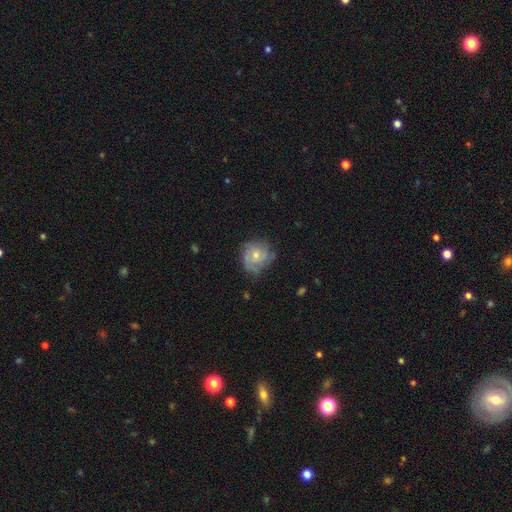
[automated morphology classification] Overall: featured or disk (66%; smooth 27%). Edge-on disk: no (98%). Bar: no (75%). Spiral arms: yes (87%). Spiral arm count: can't tell (35%; 3 26%). Spiral winding: tight (54%; medium 35%). Bulge size: small (53%; moderate 42%). Merging: none (66%).